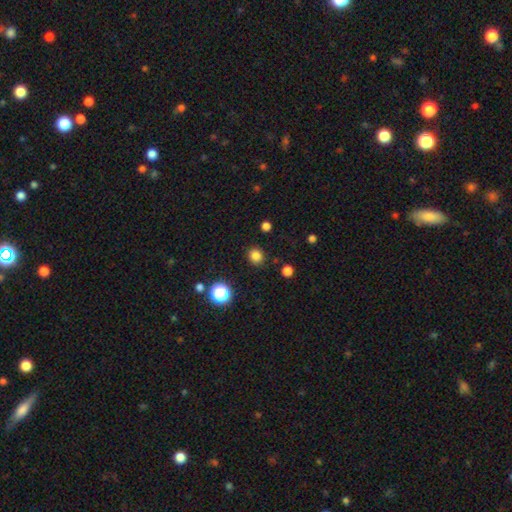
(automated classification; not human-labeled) Smooth or featured: smooth — 82% (star or artifact — 15%)
How rounded: round — 87% (in between — 12%)
Merging: none — 89% (minor disturbance — 7%)